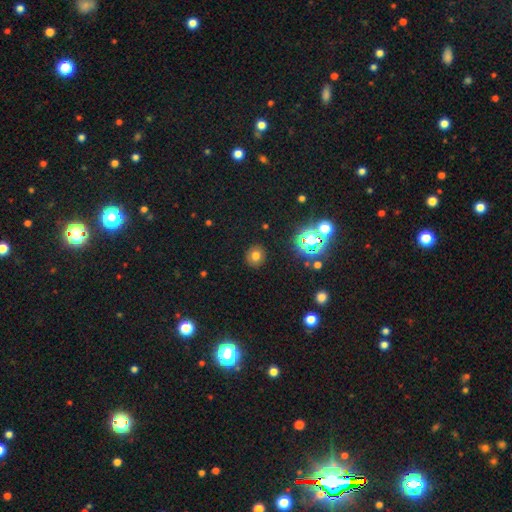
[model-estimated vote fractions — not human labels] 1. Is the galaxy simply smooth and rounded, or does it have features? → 71% smooth, 19% star or artifact, 10% featured or disk.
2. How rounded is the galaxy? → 86% round, 13% in between, 1% cigar-shaped.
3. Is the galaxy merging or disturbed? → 89% none, 7% minor disturbance, 2% major disturbance, 2% merger.